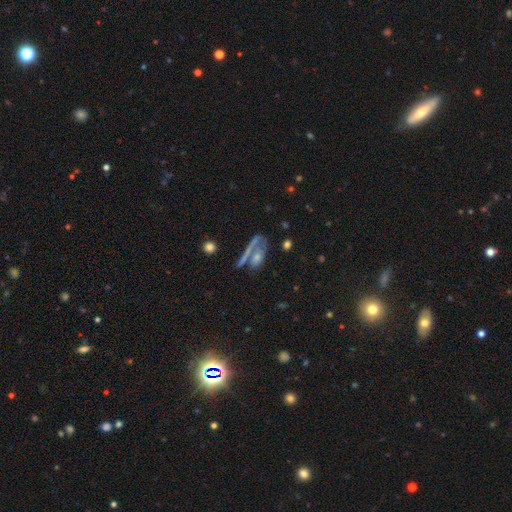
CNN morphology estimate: A smooth galaxy with no disk features (50%) that is in between round and cigar-shaped (65%).

Vote fractions:
- Smooth or featured? smooth: 50% / featured or disk: 37% / star or artifact: 13%
- How rounded? in between: 65% / cigar-shaped: 22% / round: 12%
- Merging? none: 38% / merger: 31% / major disturbance: 17% / minor disturbance: 15%